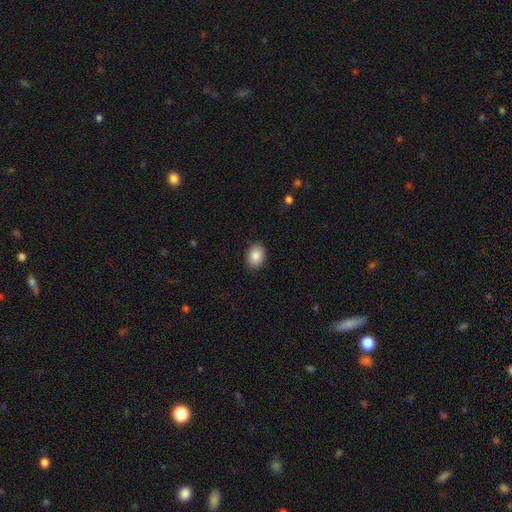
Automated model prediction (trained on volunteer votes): This appears to be a smooth galaxy with no disk features (88%) that is in between round and cigar-shaped (69%). Merging: none (87%).